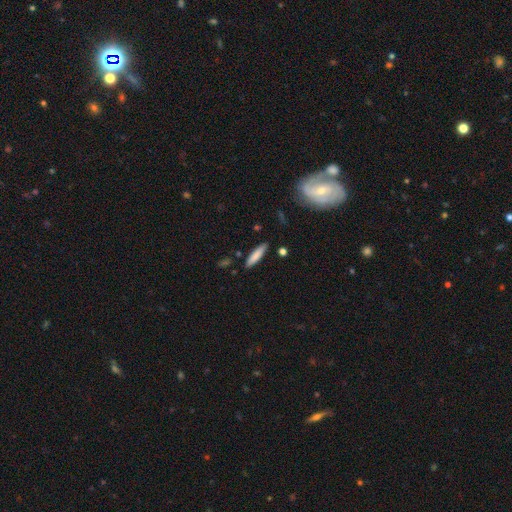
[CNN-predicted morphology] Smooth or featured? Predicted: smooth (p=0.81). How rounded? Predicted: cigar-shaped (p=0.79). Merging? Predicted: none (p=0.86).